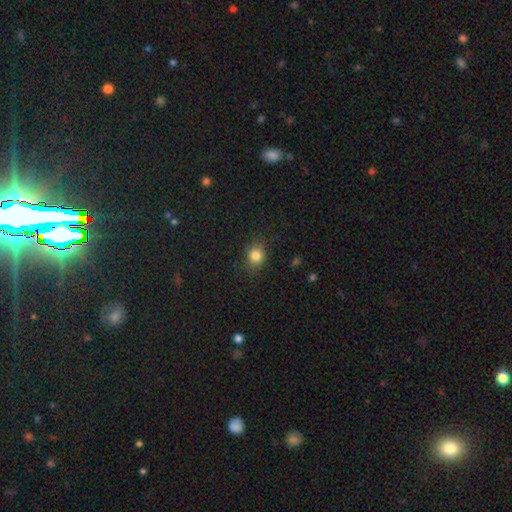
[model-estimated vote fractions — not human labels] The model was most divided on "how rounded": round: 62%, in between: 37%, cigar-shaped: 1%. More confident: merging — none (84%); smooth or featured — smooth (83%).